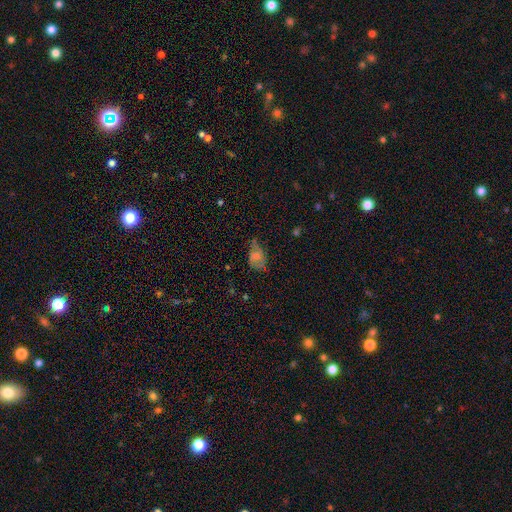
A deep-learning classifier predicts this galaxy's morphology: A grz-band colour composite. It shows a smooth galaxy with no disk features (46%). Merging: none (44%).